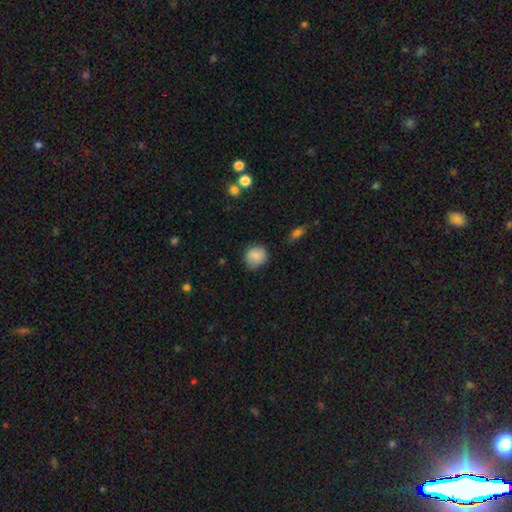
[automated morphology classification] Smooth or featured? smooth (81%)
How rounded? round (79%)
Merging? none (76%)